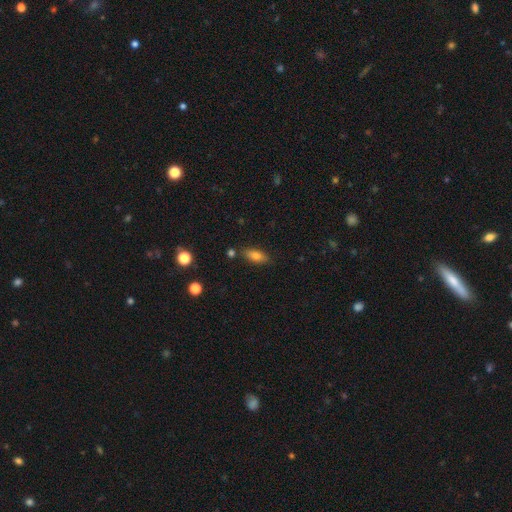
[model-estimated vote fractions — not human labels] Smooth or featured: smooth — 77% (featured or disk — 14%)
How rounded: in between — 79% (cigar-shaped — 17%)
Merging: none — 80% (minor disturbance — 12%)